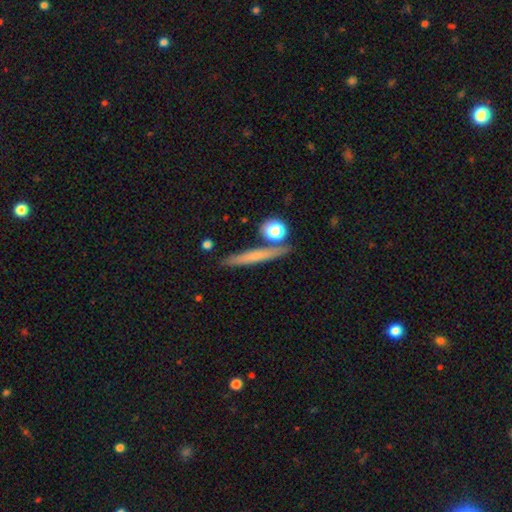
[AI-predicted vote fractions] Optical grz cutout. It shows a smooth galaxy with no disk features (61%) that is cigar-shaped (86%). Merging: none (81%).